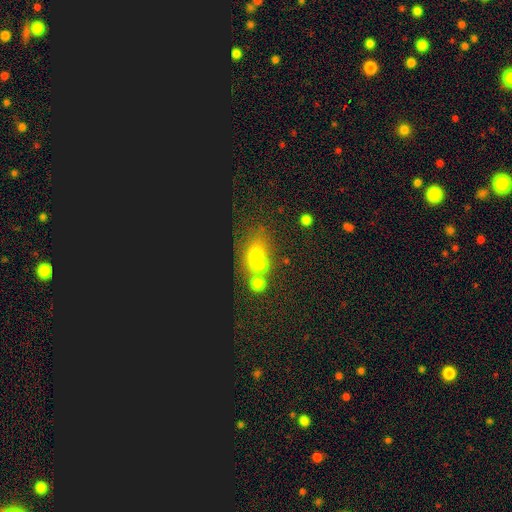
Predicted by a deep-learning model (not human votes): Overall: smooth (55%; star or artifact 25%). How rounded: round (61%; in between 37%). Merging: merger (54%; none 31%).